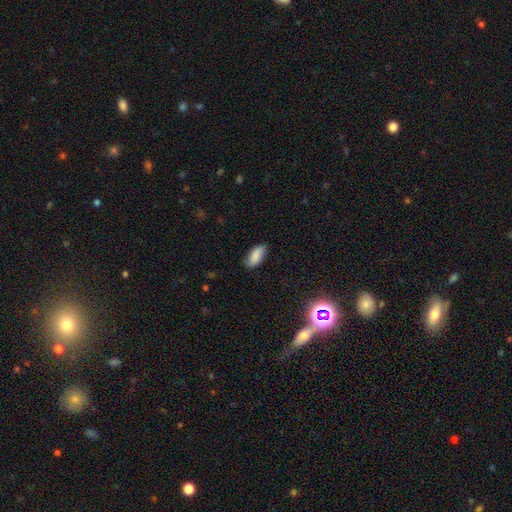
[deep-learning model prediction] smooth-or-featured: smooth: 81% | featured or disk: 11% | star or artifact: 8%
  how-rounded: in between: 88% | cigar-shaped: 10% | round: 3%
  merging: none: 79% | minor disturbance: 17% | major disturbance: 3% | merger: 1%